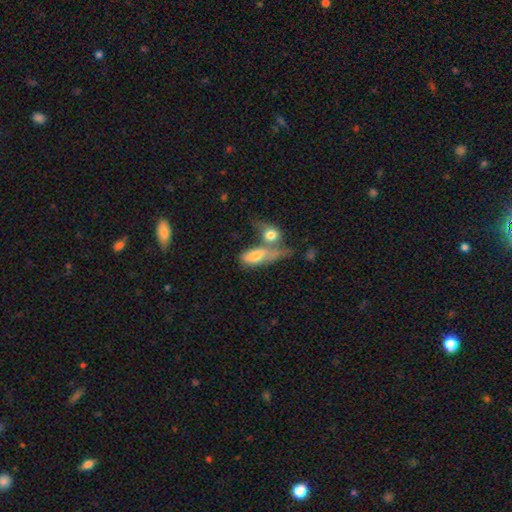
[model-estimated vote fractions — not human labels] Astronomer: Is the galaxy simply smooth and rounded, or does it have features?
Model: smooth — 69%.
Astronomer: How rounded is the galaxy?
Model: in between — 77%.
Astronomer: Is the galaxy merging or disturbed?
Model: merger — 63%.